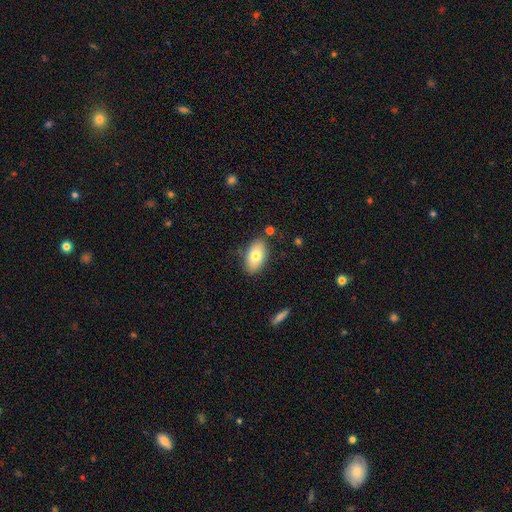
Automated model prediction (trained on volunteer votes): Smooth or featured: smooth — 75% (featured or disk — 18%)
How rounded: in between — 93% (round — 5%)
Merging: none — 82% (minor disturbance — 12%)